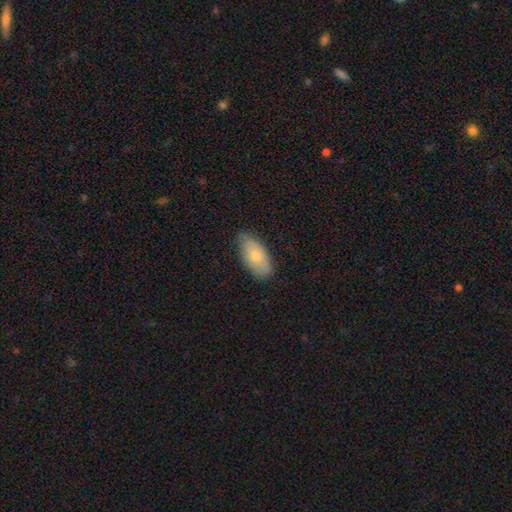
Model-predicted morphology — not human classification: smooth-or-featured: smooth: 73% | featured or disk: 21% | star or artifact: 6%
  how-rounded: in between: 93% | cigar-shaped: 4% | round: 3%
  merging: none: 75% | minor disturbance: 21% | major disturbance: 3% | merger: 1%